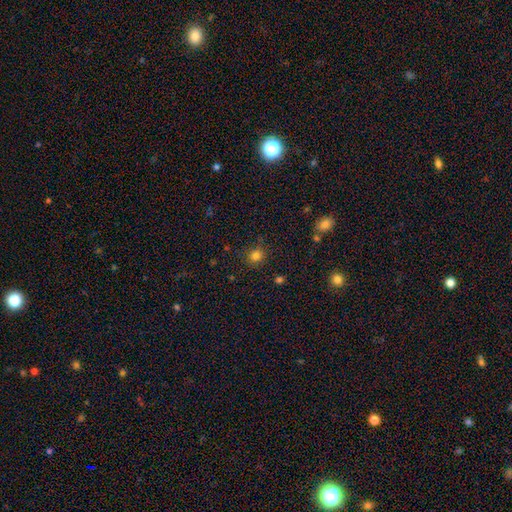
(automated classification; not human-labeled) Smooth or featured?
  - smooth: 81% *
  - star or artifact: 15%
  - featured or disk: 5%
How rounded?
  - round: 87% *
  - in between: 12%
  - cigar-shaped: 1%
Merging?
  - none: 84% *
  - minor disturbance: 10%
  - major disturbance: 3%
  - merger: 2%